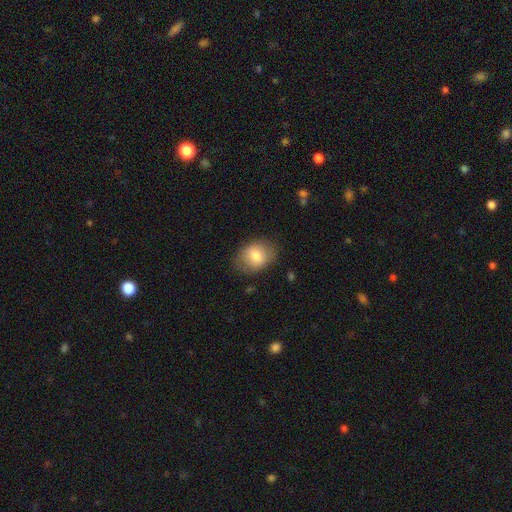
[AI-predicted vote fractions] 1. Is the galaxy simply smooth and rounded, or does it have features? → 77% smooth, 15% featured or disk, 8% star or artifact.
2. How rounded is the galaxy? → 65% in between, 34% round, 1% cigar-shaped.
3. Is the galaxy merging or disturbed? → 77% none, 17% minor disturbance, 5% major disturbance, 1% merger.